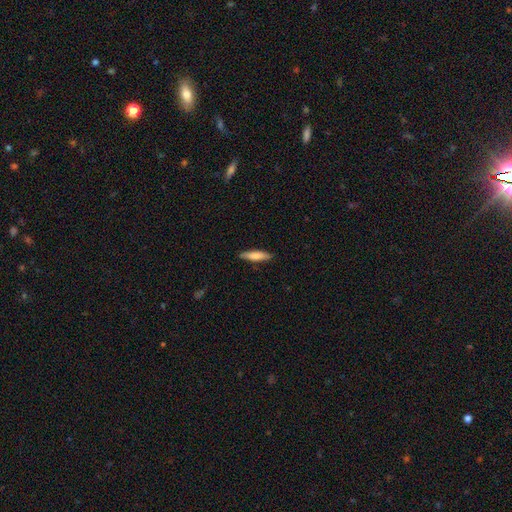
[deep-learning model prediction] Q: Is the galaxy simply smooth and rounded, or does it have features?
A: smooth — 76%.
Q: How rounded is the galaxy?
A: cigar-shaped — 78%.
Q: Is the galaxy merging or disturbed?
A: none — 88%.